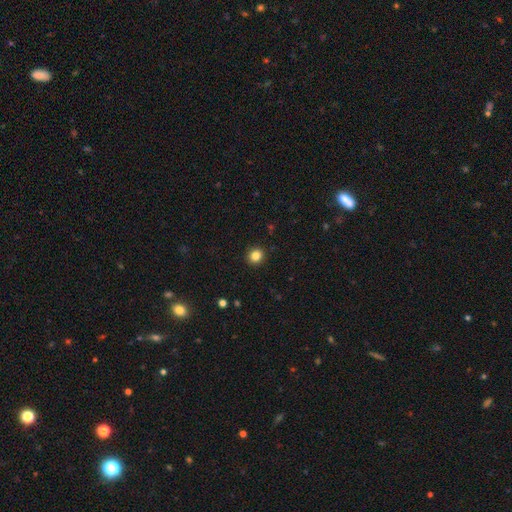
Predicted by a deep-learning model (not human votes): Smooth or featured? Predicted: smooth (p=0.84). How rounded? Predicted: round (p=0.92). Merging? Predicted: none (p=0.92).